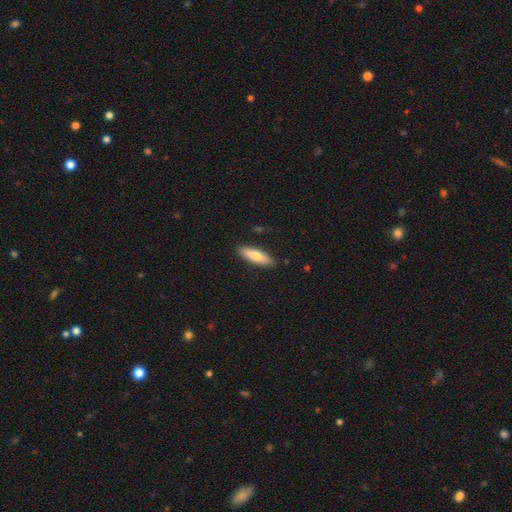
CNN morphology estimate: Smooth or featured? smooth (73%)
How rounded? cigar-shaped (60%)
Merging? none (88%)